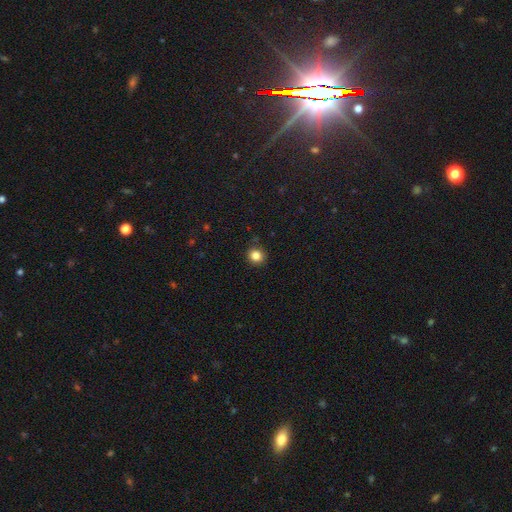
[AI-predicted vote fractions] Smooth or featured? smooth (84%)
How rounded? round (89%)
Merging? none (88%)